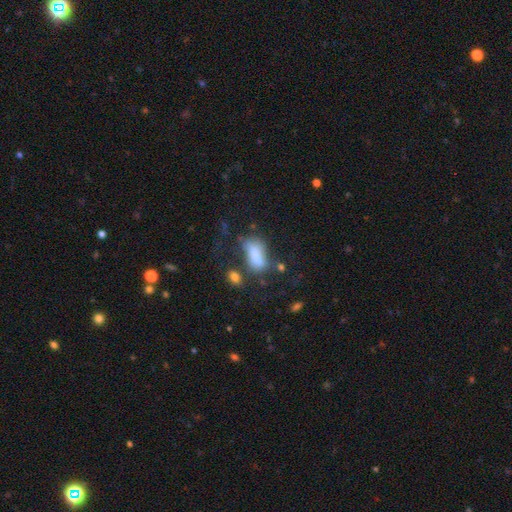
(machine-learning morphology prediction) A smooth galaxy with no disk features (71%) that is in between round and cigar-shaped (81%). Merging: none (29%).